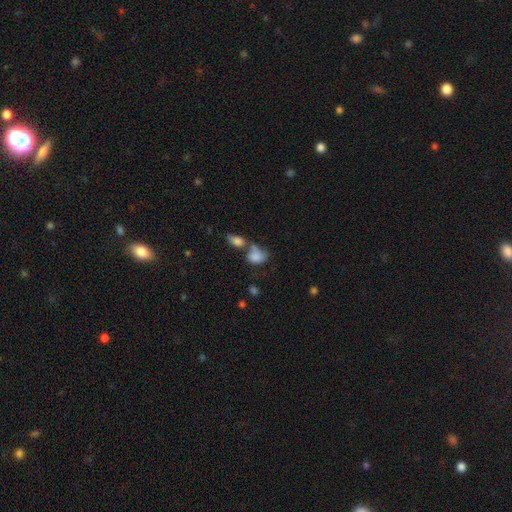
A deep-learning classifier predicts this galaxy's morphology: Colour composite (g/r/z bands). It shows a smooth galaxy with no disk features (73%) that is in between round and cigar-shaped (76%). Merging: merger (50%).